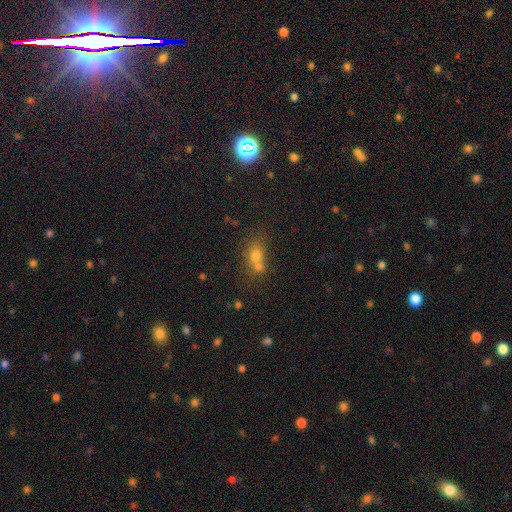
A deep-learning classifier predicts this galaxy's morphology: smooth_or_featured: smooth (p=0.66) [alt: star or artifact p=0.20]
how_rounded: round (p=0.54) [alt: in between p=0.43]
merging: merger (p=0.52) [alt: none p=0.35]